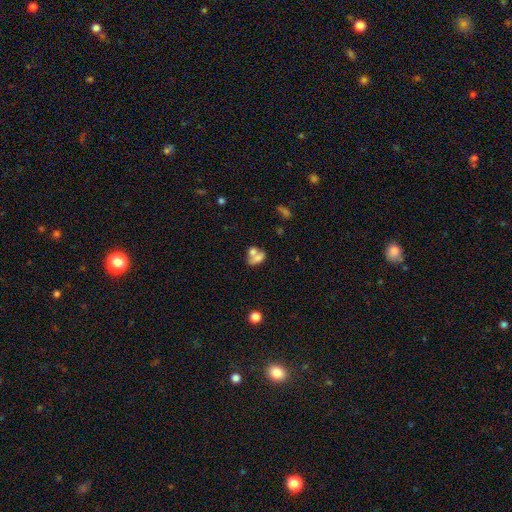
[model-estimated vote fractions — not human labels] Overall: smooth (67%). How rounded: in between (76%). Merging: merger (58%; none 25%).